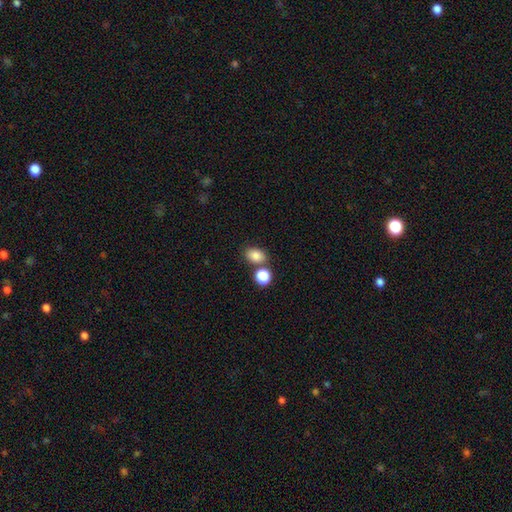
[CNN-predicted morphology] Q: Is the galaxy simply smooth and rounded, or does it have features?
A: smooth — 83%.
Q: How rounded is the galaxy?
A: in between — 70%.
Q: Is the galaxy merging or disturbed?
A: none — 67%.